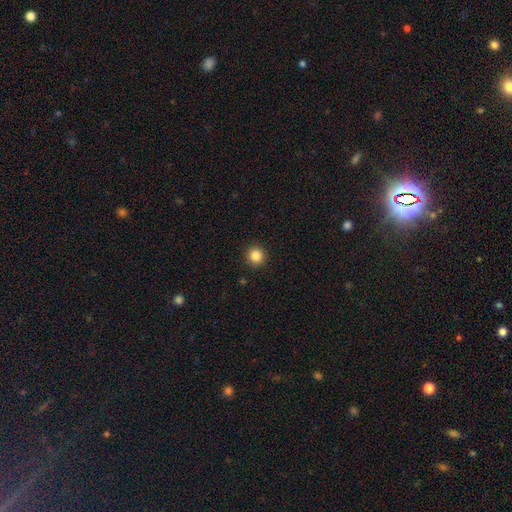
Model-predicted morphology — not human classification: A smooth galaxy with no disk features (85%) that is round (93%). Merging: none (92%).